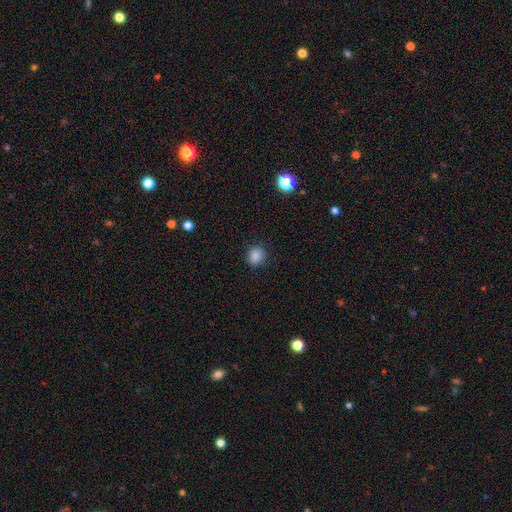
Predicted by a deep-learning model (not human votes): Smooth or featured?
  - smooth: 86% *
  - star or artifact: 11%
  - featured or disk: 3%
How rounded?
  - round: 85% *
  - in between: 14%
  - cigar-shaped: 1%
Merging?
  - none: 88% *
  - minor disturbance: 8%
  - major disturbance: 2%
  - merger: 1%